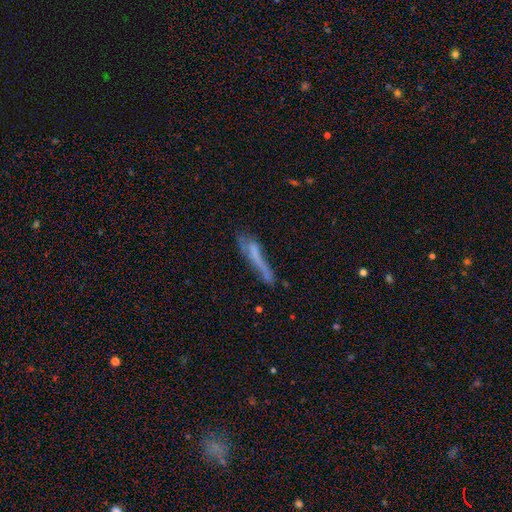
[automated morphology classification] Smooth or featured? smooth (50%)
Merging? none (42%)